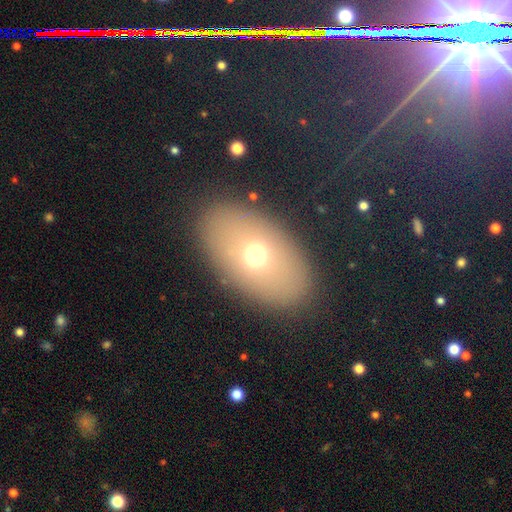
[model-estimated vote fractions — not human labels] Overall: smooth (60%; featured or disk 26%). How rounded: in between (87%). Merging: none (88%).